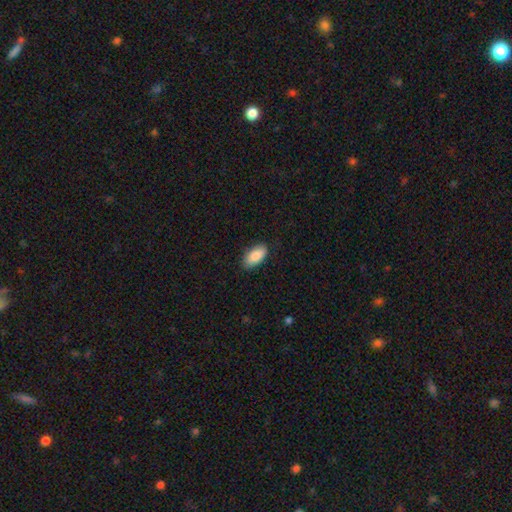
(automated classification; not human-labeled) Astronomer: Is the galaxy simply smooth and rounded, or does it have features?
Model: smooth — 87%.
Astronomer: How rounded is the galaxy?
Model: in between — 94%.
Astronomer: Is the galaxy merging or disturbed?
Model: none — 85%.